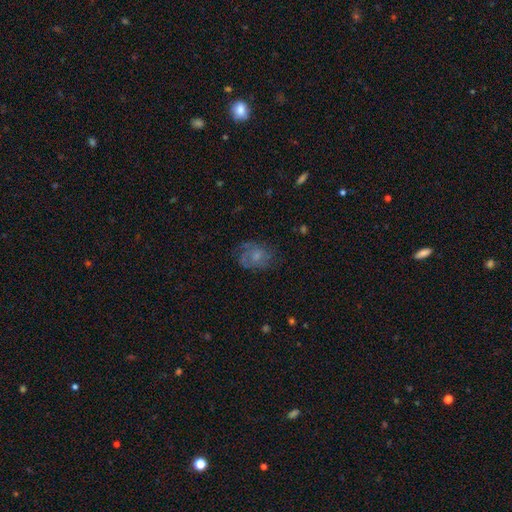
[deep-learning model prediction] Smooth or featured?
  - smooth: 48% *
  - featured or disk: 41%
  - star or artifact: 11%
Merging?
  - none: 60% *
  - minor disturbance: 23%
  - major disturbance: 15%
  - merger: 2%